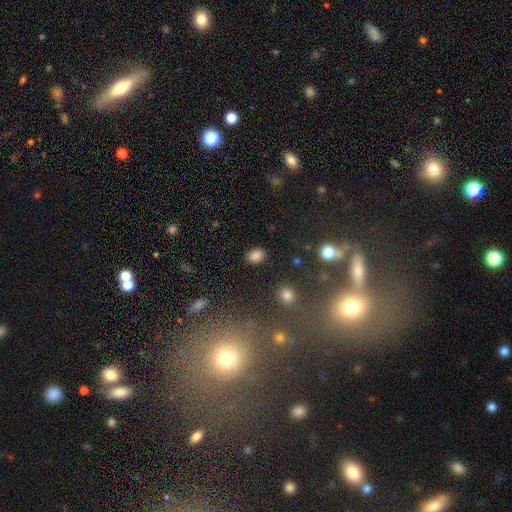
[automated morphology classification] type=smooth (83%); roundness=in between (70%); merging=none (87%).